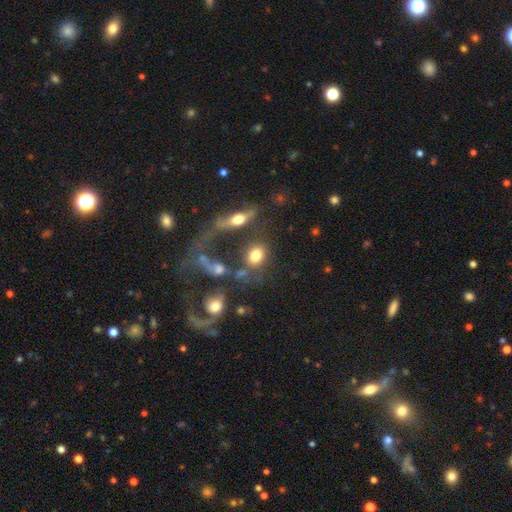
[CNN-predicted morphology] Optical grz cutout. It shows a smooth galaxy with no disk features (75%) that is in between round and cigar-shaped (49%). Merging: none (51%).